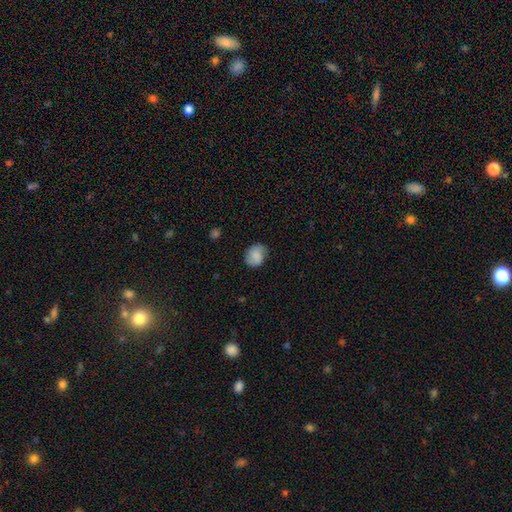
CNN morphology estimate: This appears to be a smooth galaxy with no disk features (77%) that is round (59%). Merging: none (70%).